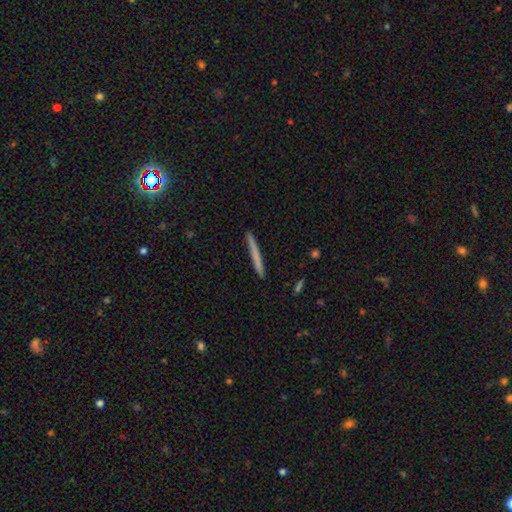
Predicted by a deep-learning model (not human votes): smooth_or_featured: smooth (p=0.65) [alt: featured or disk p=0.29]
how_rounded: cigar-shaped (p=0.97) [alt: in between p=0.02]
merging: none (p=0.92) [alt: minor disturbance p=0.06]